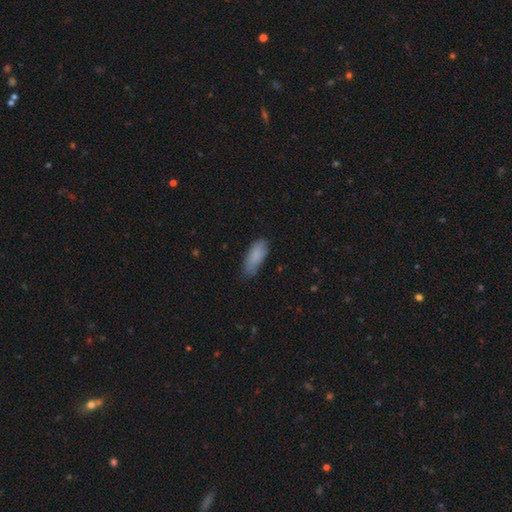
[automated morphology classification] smooth-or-featured: smooth: 86% | featured or disk: 7% | star or artifact: 6%
  how-rounded: in between: 76% | cigar-shaped: 23% | round: 2%
  merging: none: 67% | minor disturbance: 27% | major disturbance: 5% | merger: 1%